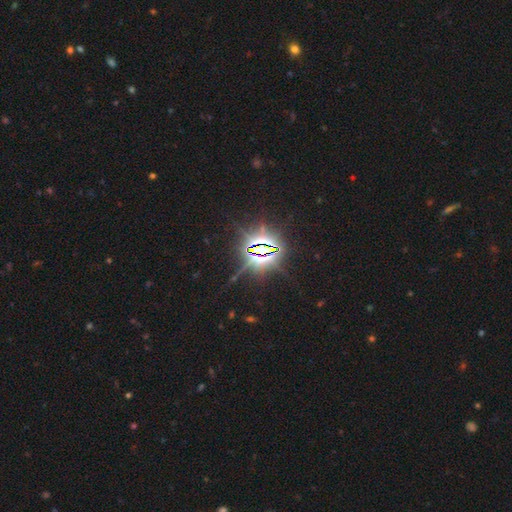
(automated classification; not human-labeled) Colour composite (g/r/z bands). It shows a star or artifact, not a galaxy (85%).